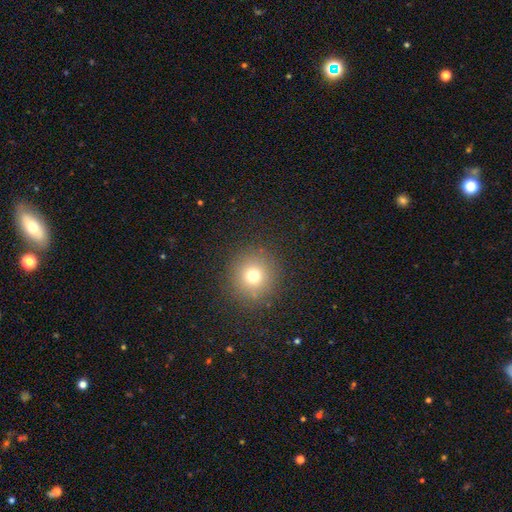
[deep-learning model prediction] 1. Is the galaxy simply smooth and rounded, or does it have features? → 66% smooth, 26% star or artifact, 8% featured or disk.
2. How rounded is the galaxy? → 93% round, 5% in between, 1% cigar-shaped.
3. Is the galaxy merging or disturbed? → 92% none, 4% minor disturbance, 2% major disturbance, 1% merger.